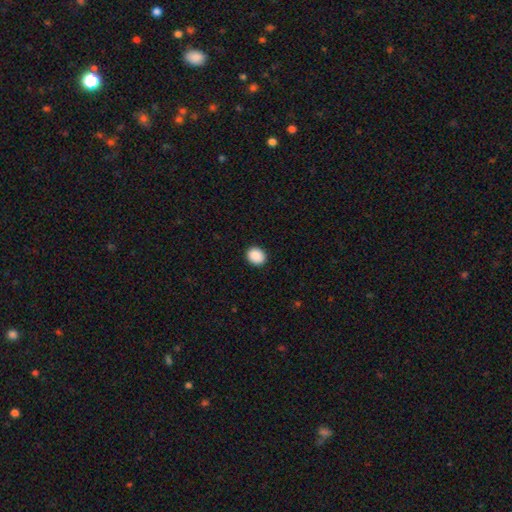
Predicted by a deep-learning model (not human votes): smooth 90%, star or artifact 8%, featured or disk 2%. Down the decision tree: how rounded — round (61%); merging — none (91%).